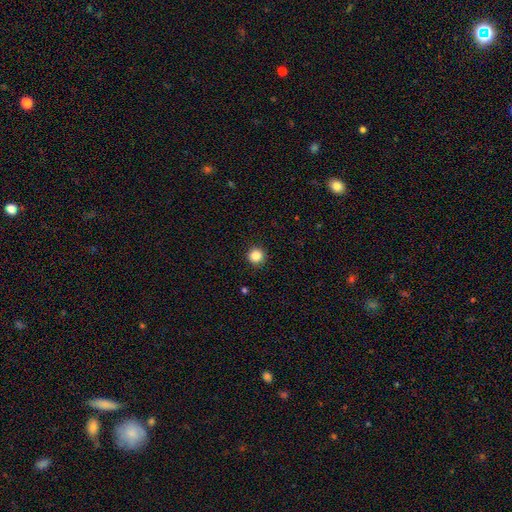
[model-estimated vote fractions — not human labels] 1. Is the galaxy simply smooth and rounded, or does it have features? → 86% smooth, 10% star or artifact, 3% featured or disk.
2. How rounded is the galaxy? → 96% round, 4% in between, 1% cigar-shaped.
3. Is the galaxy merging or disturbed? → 93% none, 5% minor disturbance, 2% major disturbance, 1% merger.